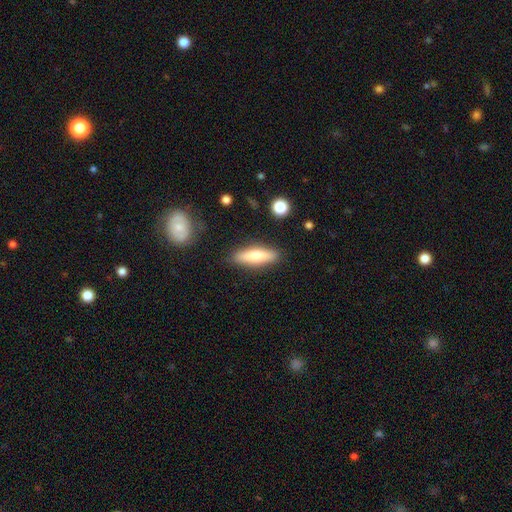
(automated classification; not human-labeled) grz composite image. It shows a smooth galaxy with no disk features (65%) that is cigar-shaped (64%). Merging: none (85%).